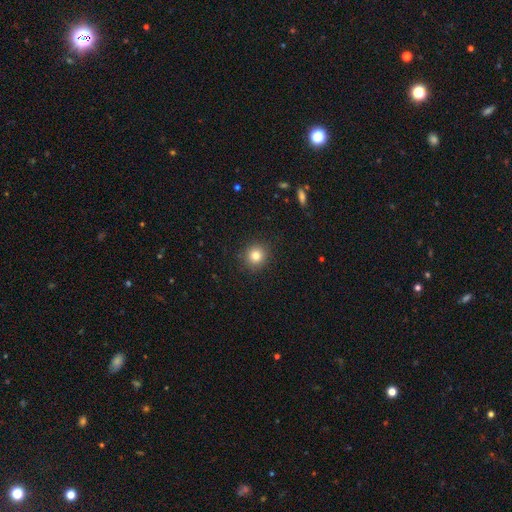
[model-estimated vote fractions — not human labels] Smooth or featured?
  - smooth: 81% *
  - star or artifact: 12%
  - featured or disk: 7%
How rounded?
  - round: 90% *
  - in between: 9%
  - cigar-shaped: 1%
Merging?
  - none: 91% *
  - minor disturbance: 6%
  - major disturbance: 2%
  - merger: 1%